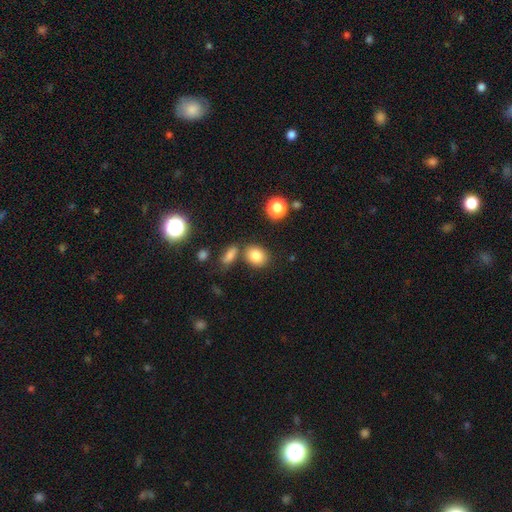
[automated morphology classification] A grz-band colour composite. It shows a smooth galaxy with no disk features (82%) that is in between round and cigar-shaped (52%). Merging: none (70%).